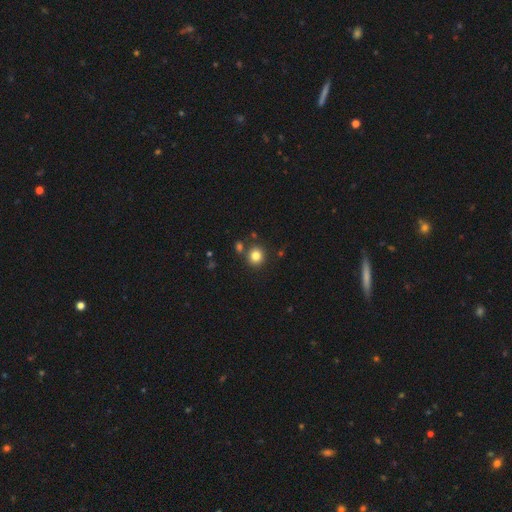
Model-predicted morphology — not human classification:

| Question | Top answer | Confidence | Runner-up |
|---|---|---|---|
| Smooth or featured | smooth | 82% | star or artifact (12%) |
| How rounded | round | 88% | in between (12%) |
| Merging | none | 81% | minor disturbance (8%) |